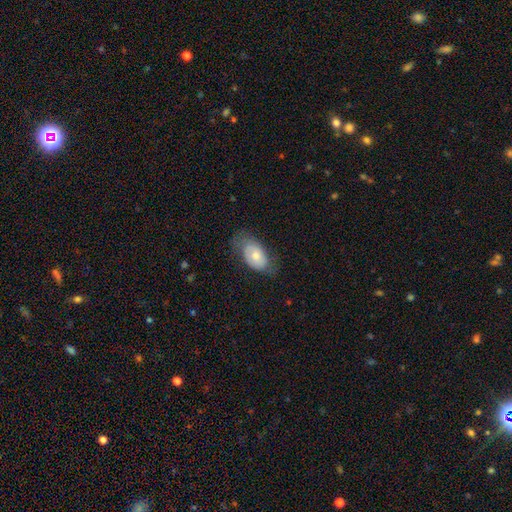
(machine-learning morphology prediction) This is likely a smooth galaxy (63%). How rounded: clearly in between (91%). Merging: possibly none (58%).